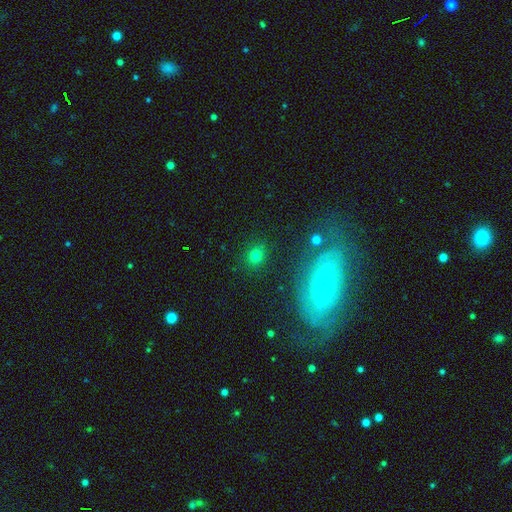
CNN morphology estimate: smooth 74%, star or artifact 16%, featured or disk 10%. Down the decision tree: how rounded — round (68%); merging — none (84%).